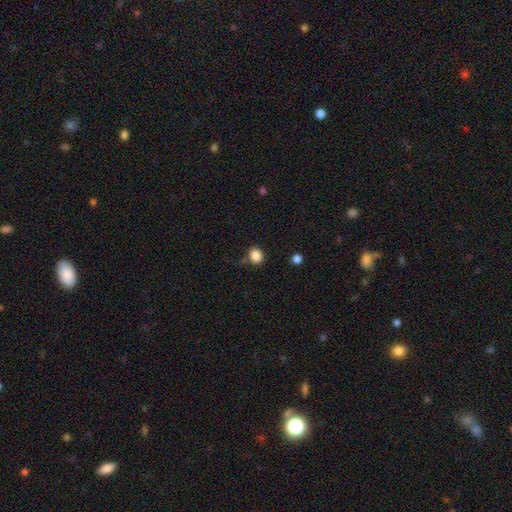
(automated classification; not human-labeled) smooth 86%, star or artifact 10%, featured or disk 3%. Down the decision tree: how rounded — round (66%); merging — none (80%).